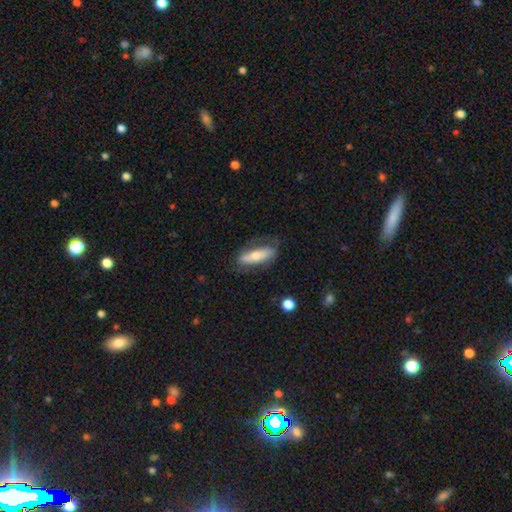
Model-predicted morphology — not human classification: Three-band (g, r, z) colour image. It shows a featured or disk galaxy (48%). Merging: none (68%).